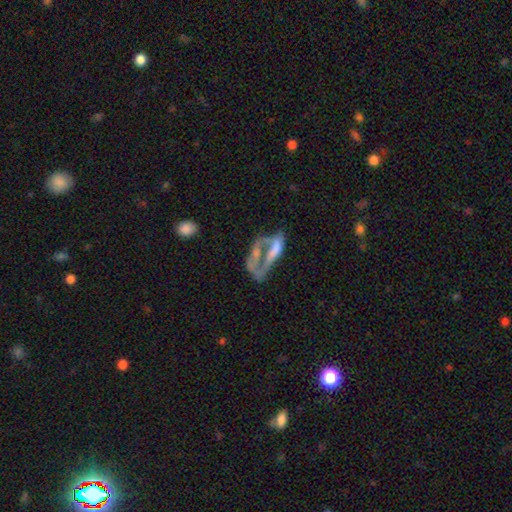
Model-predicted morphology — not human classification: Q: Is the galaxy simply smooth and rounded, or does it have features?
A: featured or disk — 54%.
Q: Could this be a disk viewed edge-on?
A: no — 89%.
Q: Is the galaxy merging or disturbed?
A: major disturbance — 38%.